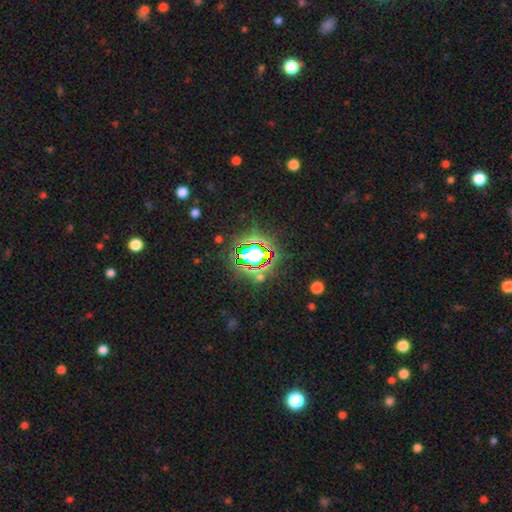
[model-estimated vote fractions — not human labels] Overall: star or artifact (74%).